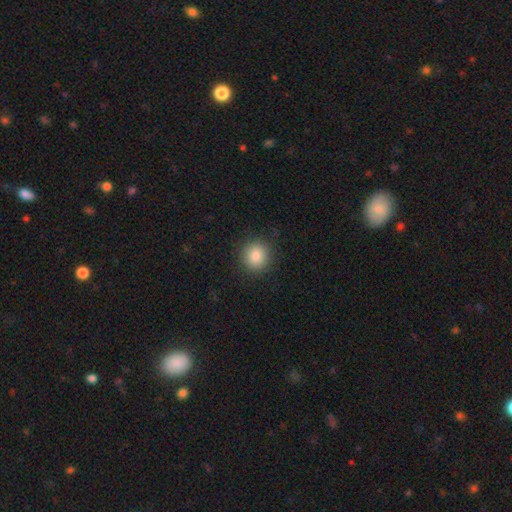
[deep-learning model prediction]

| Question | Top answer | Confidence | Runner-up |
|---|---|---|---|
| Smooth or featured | smooth | 86% | star or artifact (10%) |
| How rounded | round | 88% | in between (11%) |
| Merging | none | 90% | minor disturbance (7%) |